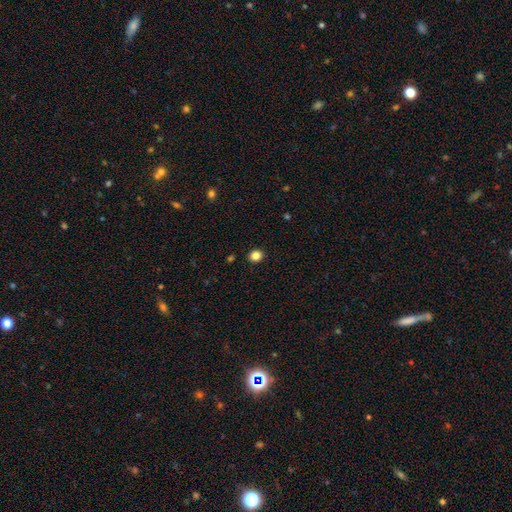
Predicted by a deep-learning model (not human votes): This appears to be a smooth galaxy with no disk features (84%) that is round (72%). Merging: none (91%).